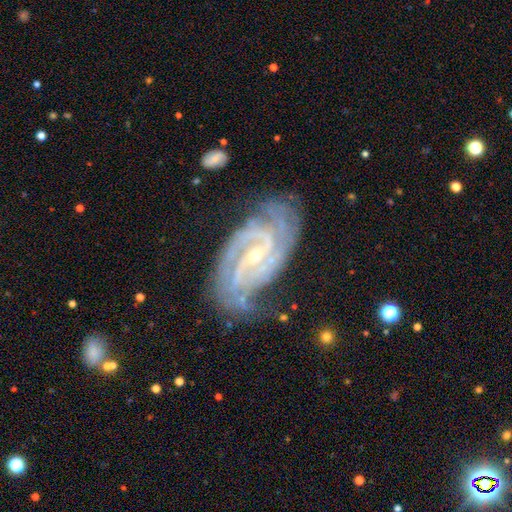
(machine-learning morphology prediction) This is clearly a featured or disk galaxy (91%). It is clearly not viewed edge-on (97%). Bar: marginally weak (41%). Spiral arm pattern: clearly yes (98%). Spiral arm count: marginally 2 (39%). Spiral winding: possibly tight (55%). Central bulge: likely small (74%). Merging: likely none (65%).